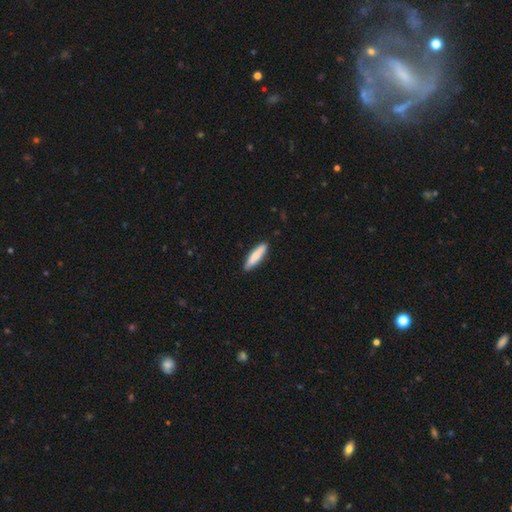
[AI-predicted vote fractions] The model was most divided on "how rounded": cigar-shaped: 76%, in between: 23%, round: 1%. More confident: merging — none (89%); smooth or featured — smooth (78%).